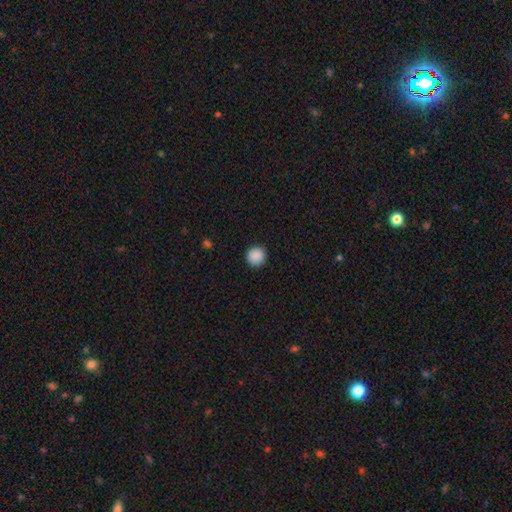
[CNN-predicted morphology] This appears to be a smooth galaxy with no disk features (90%) that is round (93%). Merging: none (92%).